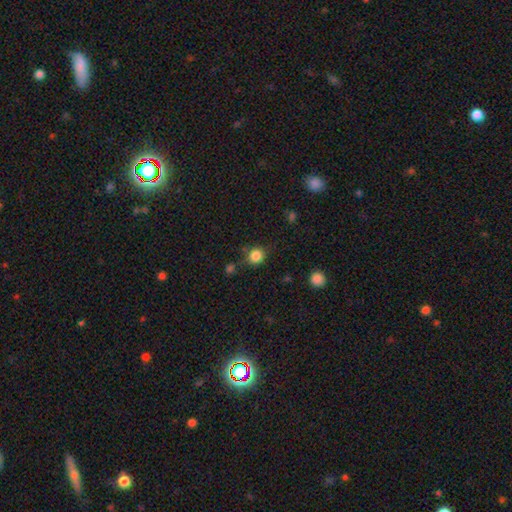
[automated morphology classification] Smooth or featured?
  - smooth: 84% *
  - star or artifact: 11%
  - featured or disk: 5%
How rounded?
  - round: 86% *
  - in between: 13%
  - cigar-shaped: 1%
Merging?
  - none: 73% *
  - minor disturbance: 17%
  - merger: 6%
  - major disturbance: 5%